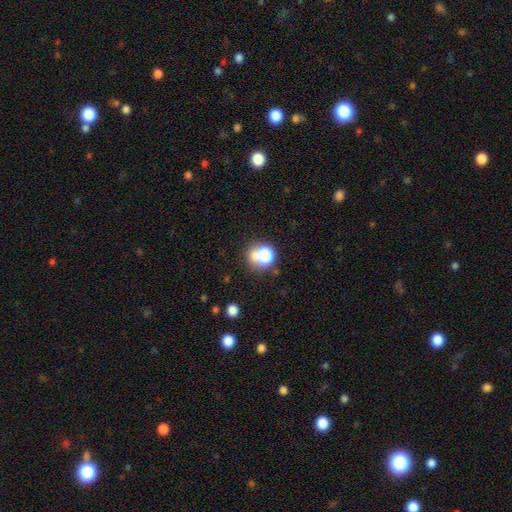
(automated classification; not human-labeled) Overall: smooth (64%). How rounded: round (82%). Merging: none (57%; merger 24%).